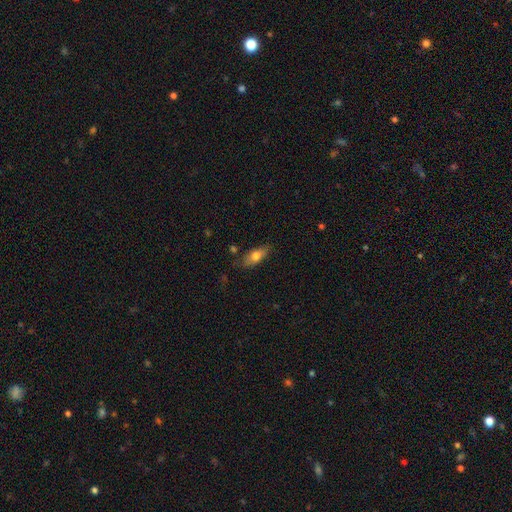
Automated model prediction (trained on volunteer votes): A smooth galaxy with no disk features (68%) that is in between round and cigar-shaped (70%).

Vote fractions:
- Smooth or featured? smooth: 68% / featured or disk: 25% / star or artifact: 7%
- How rounded? in between: 70% / cigar-shaped: 26% / round: 4%
- Merging? none: 78% / minor disturbance: 16% / major disturbance: 3% / merger: 2%